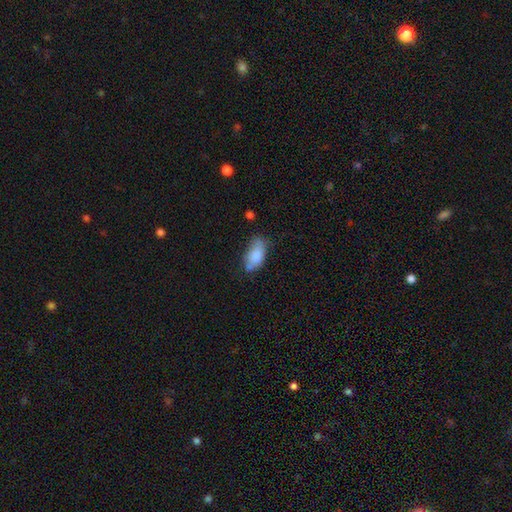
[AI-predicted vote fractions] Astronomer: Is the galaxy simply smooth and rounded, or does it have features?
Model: smooth — 80%.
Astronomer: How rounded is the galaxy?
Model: in between — 91%.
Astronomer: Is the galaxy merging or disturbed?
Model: none — 51% (runner-up: minor disturbance, 32%).